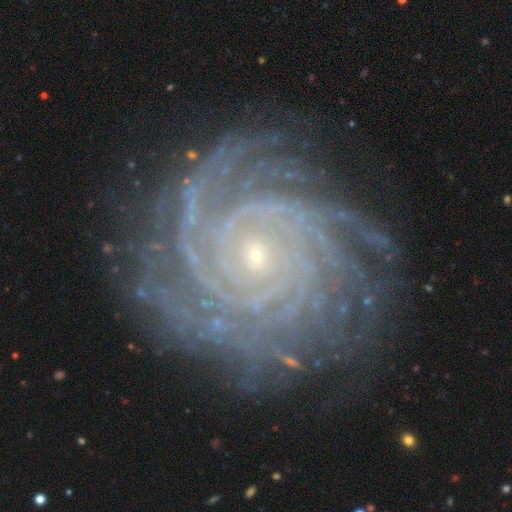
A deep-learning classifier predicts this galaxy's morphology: Smooth or featured?
  - featured or disk: 91% *
  - star or artifact: 6%
  - smooth: 3%
Edge-on disk?
  - no: 98% *
  - yes: 2%
Bar?
  - no: 77% *
  - weak: 15%
  - strong: 9%
Spiral arms?
  - yes: 99% *
  - no: 1%
Spiral winding?
  - tight: 88% *
  - medium: 10%
  - loose: 2%
Spiral arm count?
  - more than 4: 33% *
  - 4: 20%
  - can't tell: 15%
  - 3: 13%
  - 2: 11%
  - 1: 9%
Bulge size?
  - small: 82% *
  - moderate: 15%
  - none: 1%
  - large: 1%
  - dominant: 1%
Merging?
  - none: 81% *
  - minor disturbance: 14%
  - major disturbance: 4%
  - merger: 1%